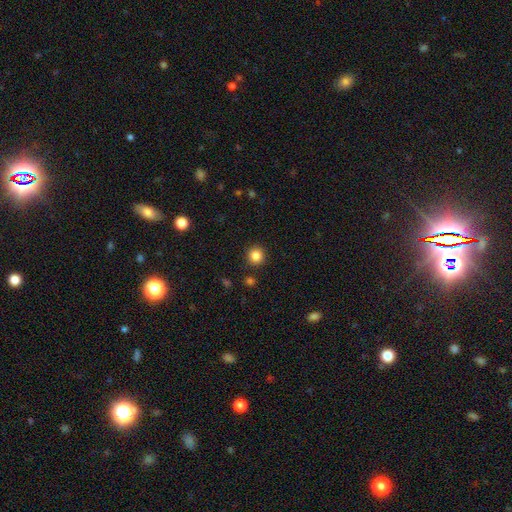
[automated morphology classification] The model was most divided on "smooth or featured": smooth: 84%, star or artifact: 11%, featured or disk: 5%. More confident: how rounded — round (93%); merging — none (91%).